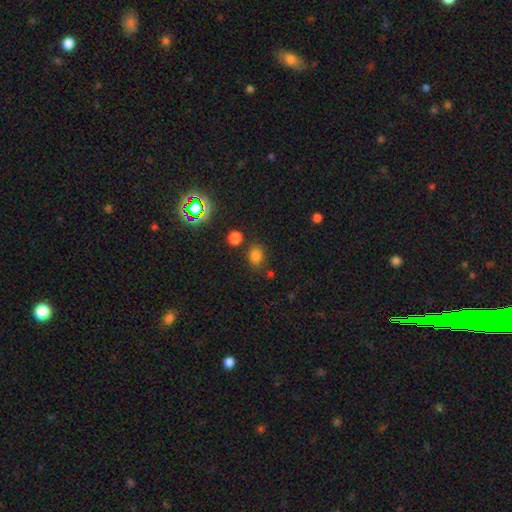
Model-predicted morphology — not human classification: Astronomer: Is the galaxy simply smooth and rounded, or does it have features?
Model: smooth — 77%.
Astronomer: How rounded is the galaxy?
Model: round — 52% (runner-up: in between, 47%).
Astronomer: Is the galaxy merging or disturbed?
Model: none — 77%.